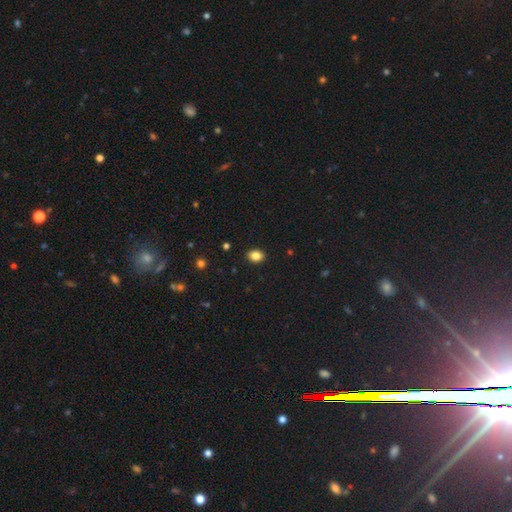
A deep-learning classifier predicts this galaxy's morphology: Q: Smooth or featured?
A: smooth (85%); runner-up: star or artifact (10%)
Q: How rounded?
A: in between (70%); runner-up: round (29%)
Q: Merging?
A: none (90%); runner-up: minor disturbance (7%)